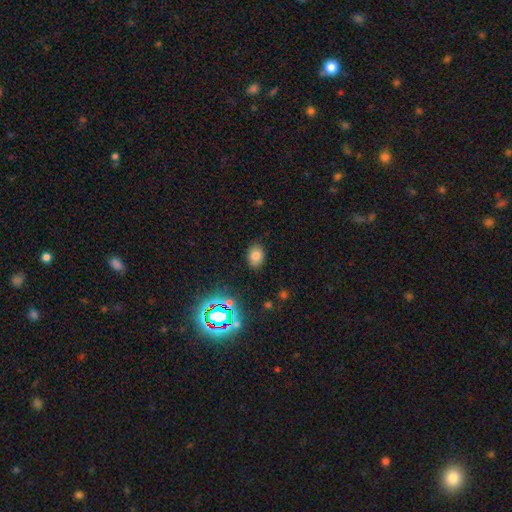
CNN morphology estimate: Smooth or featured? Predicted: smooth (p=0.74). How rounded? Predicted: in between (p=0.72). Merging? Predicted: none (p=0.84).